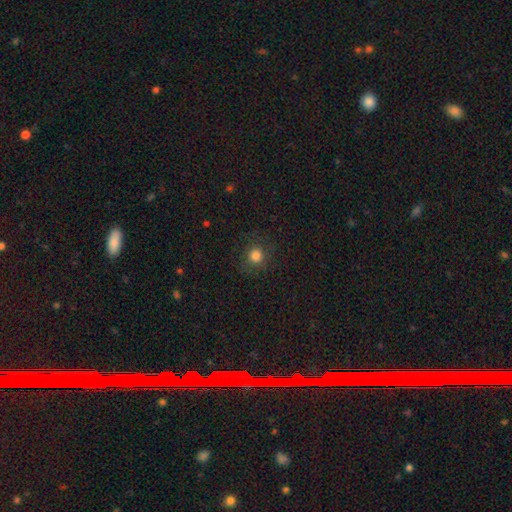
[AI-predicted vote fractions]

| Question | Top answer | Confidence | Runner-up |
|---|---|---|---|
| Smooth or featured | smooth | 82% | star or artifact (13%) |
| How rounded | round | 91% | in between (8%) |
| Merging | none | 86% | minor disturbance (9%) |